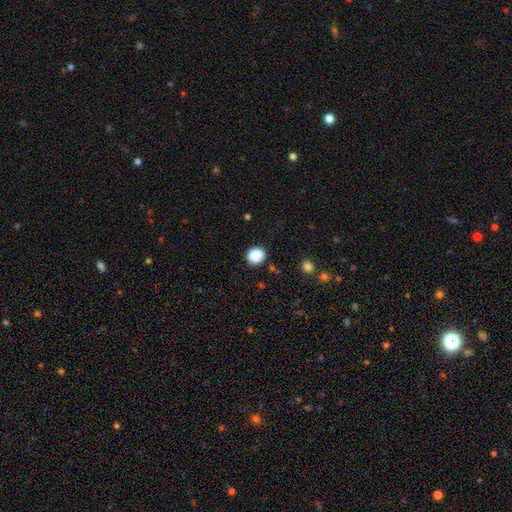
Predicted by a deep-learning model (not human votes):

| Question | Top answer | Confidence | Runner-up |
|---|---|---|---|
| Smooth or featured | smooth | 88% | star or artifact (9%) |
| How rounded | round | 79% | in between (20%) |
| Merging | none | 89% | minor disturbance (7%) |